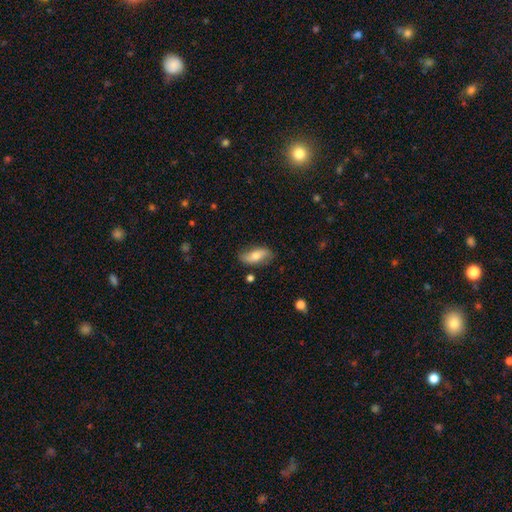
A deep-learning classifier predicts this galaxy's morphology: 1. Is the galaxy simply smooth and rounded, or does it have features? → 55% smooth, 39% featured or disk, 7% star or artifact.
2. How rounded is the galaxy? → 81% in between, 15% cigar-shaped, 4% round.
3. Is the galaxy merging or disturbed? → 77% none, 17% minor disturbance, 4% major disturbance, 2% merger.